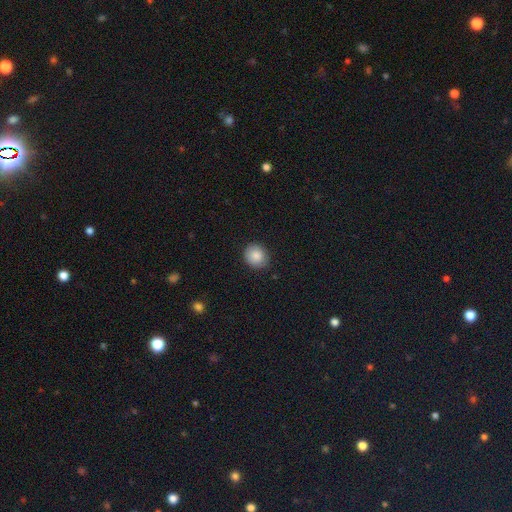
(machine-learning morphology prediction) Overall: smooth (87%). How rounded: round (76%). Merging: none (84%).